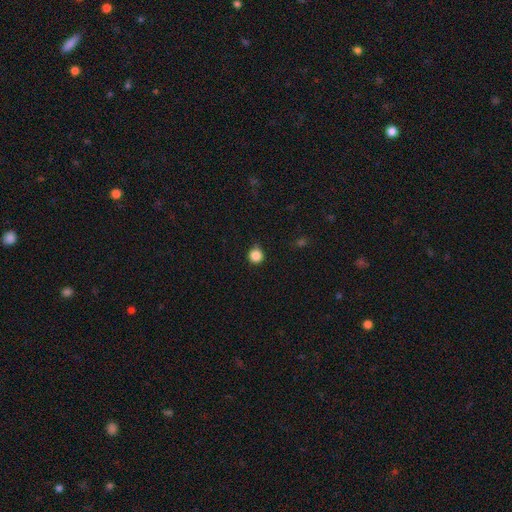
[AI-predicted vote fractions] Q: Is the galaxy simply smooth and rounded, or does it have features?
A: smooth — 86%.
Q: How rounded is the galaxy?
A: round — 94%.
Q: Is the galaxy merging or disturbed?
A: none — 85%.